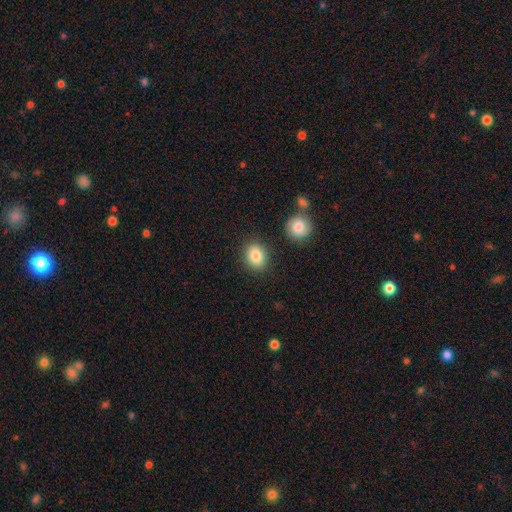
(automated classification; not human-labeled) Smooth or featured: smooth — 85% (star or artifact — 8%)
How rounded: round — 50% (in between — 49%)
Merging: none — 85% (minor disturbance — 9%)